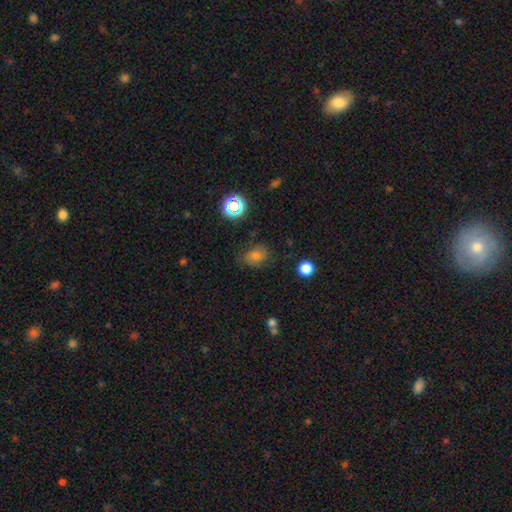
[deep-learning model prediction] The model was most divided on "how rounded": in between: 55%, round: 43%, cigar-shaped: 1%. More confident: merging — none (71%); smooth or featured — smooth (62%).